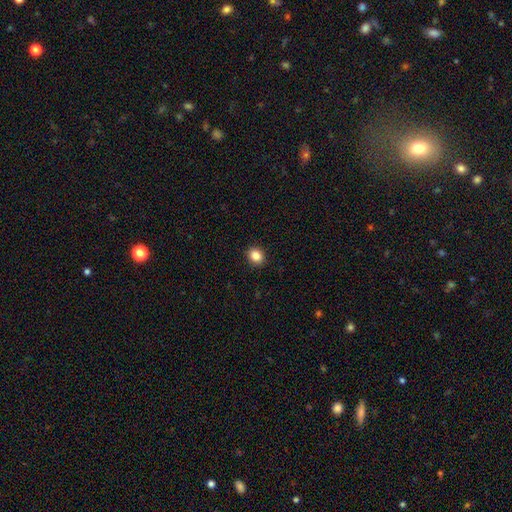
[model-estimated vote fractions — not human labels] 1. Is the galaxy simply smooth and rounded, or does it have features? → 86% smooth, 10% star or artifact, 4% featured or disk.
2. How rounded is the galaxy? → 65% round, 34% in between, 1% cigar-shaped.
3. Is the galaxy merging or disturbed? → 91% none, 6% minor disturbance, 2% major disturbance, 1% merger.